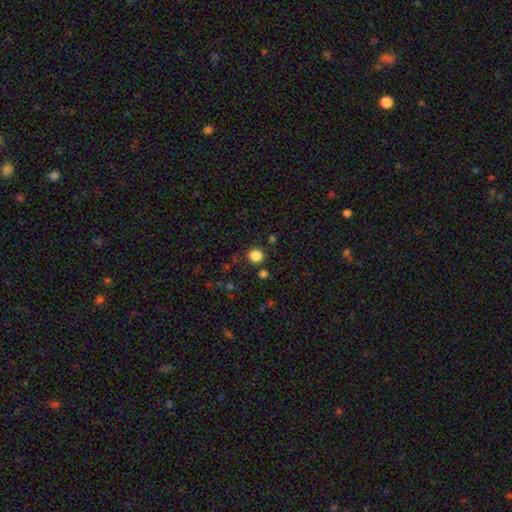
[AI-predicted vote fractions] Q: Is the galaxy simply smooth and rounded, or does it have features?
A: smooth — 84%.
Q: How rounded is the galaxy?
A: round — 91%.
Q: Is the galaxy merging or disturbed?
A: none — 86%.